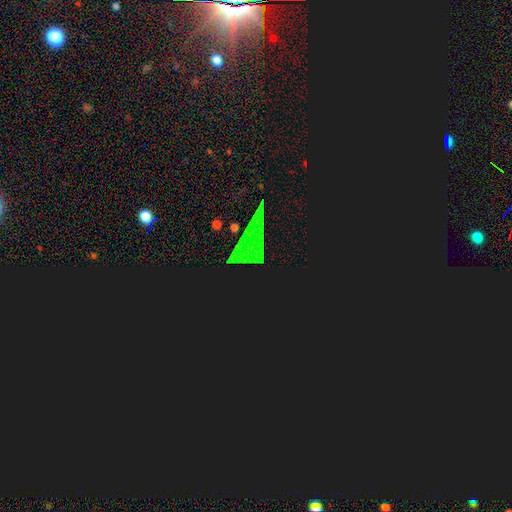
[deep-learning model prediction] Smooth or featured: star or artifact — 82% (smooth — 11%)